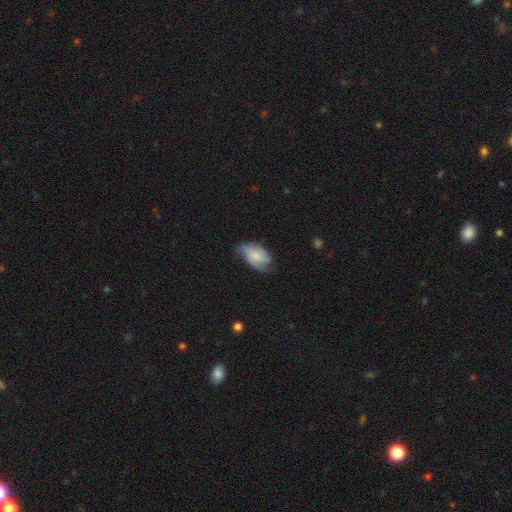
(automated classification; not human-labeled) Overall: smooth (51%; featured or disk 42%). How rounded: in between (91%). Merging: none (49%; minor disturbance 35%).